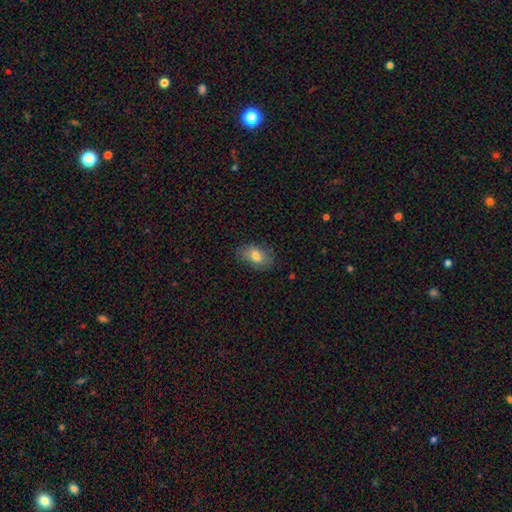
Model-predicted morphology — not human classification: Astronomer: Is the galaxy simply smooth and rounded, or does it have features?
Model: smooth — 77%.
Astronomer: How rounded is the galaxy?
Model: in between — 89%.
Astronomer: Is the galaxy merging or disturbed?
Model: none — 80%.